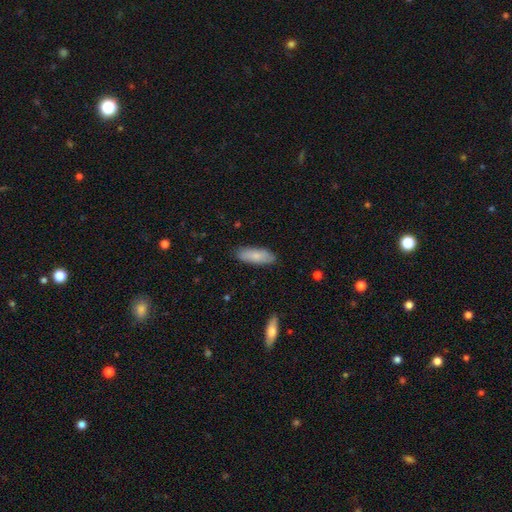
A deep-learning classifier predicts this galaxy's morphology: Smooth or featured? Predicted: smooth (p=0.80). How rounded? Predicted: in between (p=0.65). Merging? Predicted: none (p=0.86).